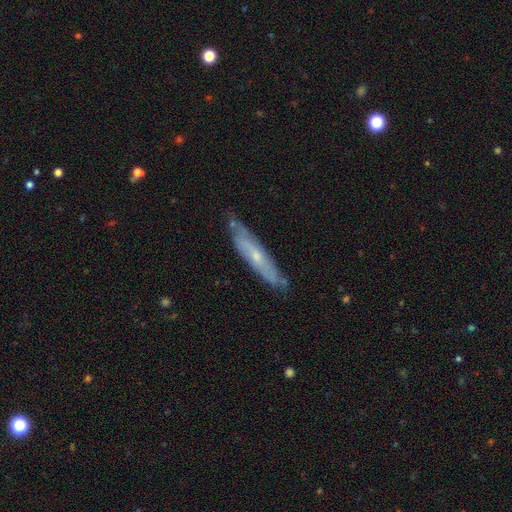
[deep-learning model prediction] Morphology: type=featured or disk (61%); edge-on=yes (59%); merging=none (74%).